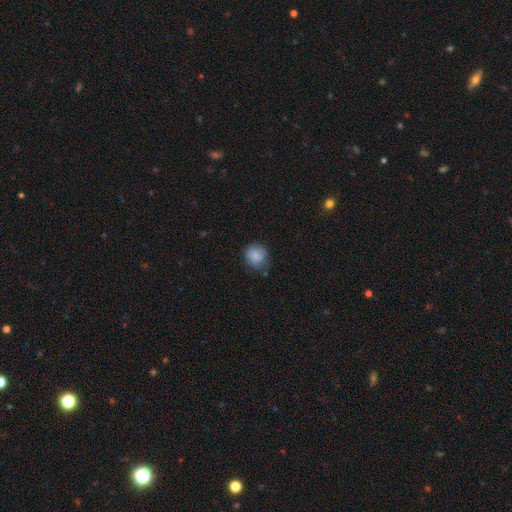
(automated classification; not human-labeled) A smooth galaxy with no disk features (84%) that is round (79%).

Vote fractions:
- Smooth or featured? smooth: 84% / star or artifact: 8% / featured or disk: 8%
- How rounded? round: 79% / in between: 20% / cigar-shaped: 1%
- Merging? none: 67% / minor disturbance: 25% / major disturbance: 6% / merger: 3%